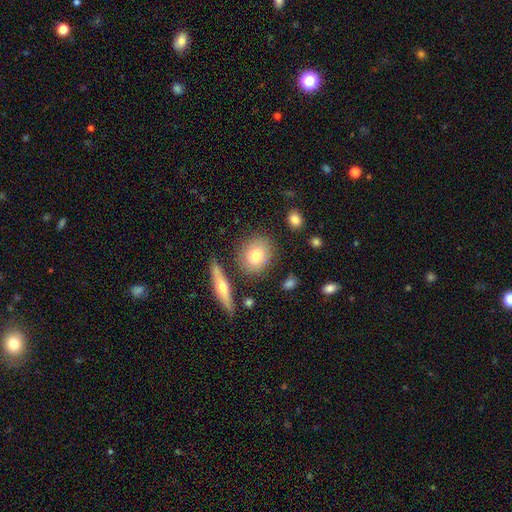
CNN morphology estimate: Smooth or featured?
  - smooth: 74% *
  - featured or disk: 18%
  - star or artifact: 8%
How rounded?
  - round: 70% *
  - in between: 27%
  - cigar-shaped: 3%
Merging?
  - none: 79% *
  - minor disturbance: 11%
  - merger: 6%
  - major disturbance: 3%